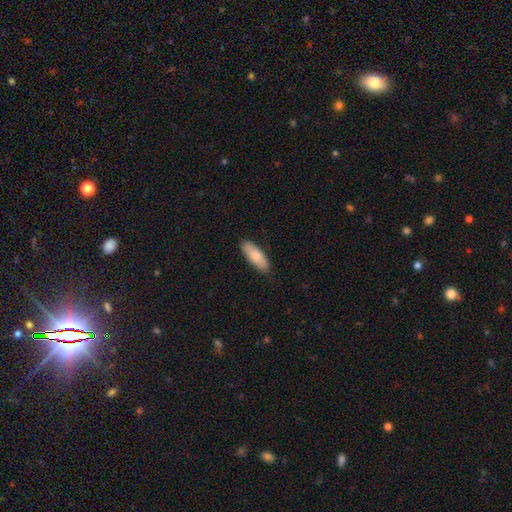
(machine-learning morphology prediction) This is clearly a smooth galaxy (81%). How rounded: likely in between (69%). Merging: clearly none (88%).